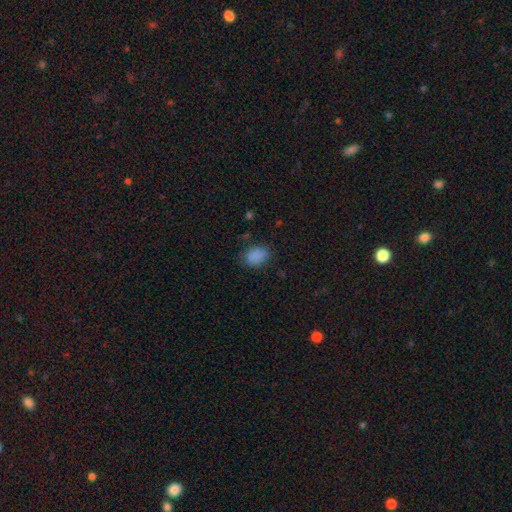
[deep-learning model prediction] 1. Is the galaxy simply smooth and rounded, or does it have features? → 85% smooth, 10% star or artifact, 5% featured or disk.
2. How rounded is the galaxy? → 66% in between, 33% round, 1% cigar-shaped.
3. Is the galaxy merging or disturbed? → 76% none, 18% minor disturbance, 5% major disturbance, 1% merger.